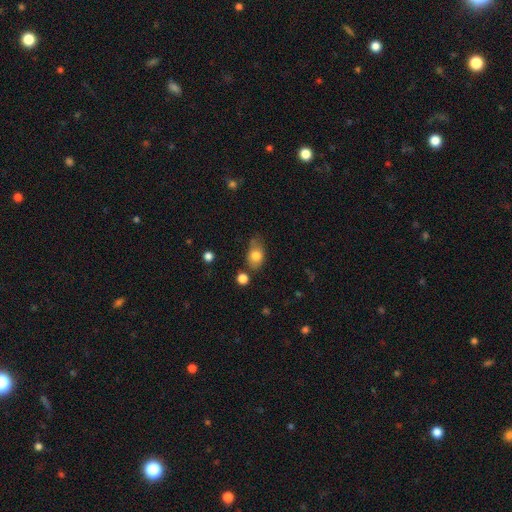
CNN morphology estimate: This appears to be a smooth galaxy with no disk features (79%) that is in between round and cigar-shaped (78%). Merging: none (62%).